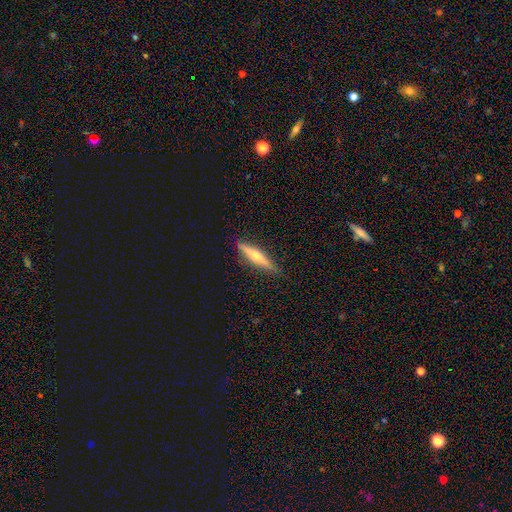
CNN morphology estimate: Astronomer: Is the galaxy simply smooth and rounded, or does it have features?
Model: featured or disk — 62%.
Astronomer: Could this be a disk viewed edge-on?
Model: yes — 96%.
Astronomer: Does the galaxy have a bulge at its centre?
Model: rounded — 85%.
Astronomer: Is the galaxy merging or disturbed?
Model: none — 89%.